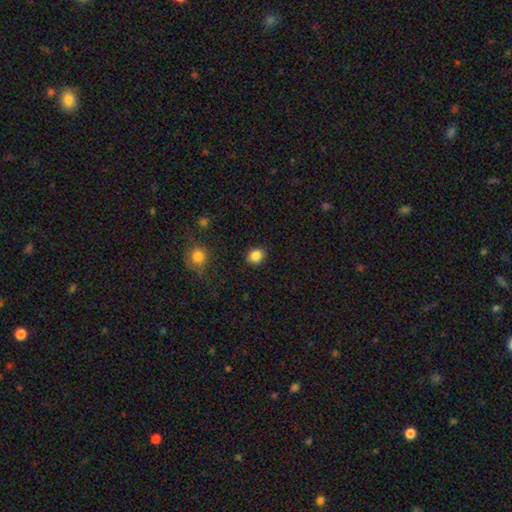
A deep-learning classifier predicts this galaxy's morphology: Q: Smooth or featured?
A: smooth (86%); runner-up: star or artifact (10%)
Q: How rounded?
A: round (66%); runner-up: in between (33%)
Q: Merging?
A: none (89%); runner-up: minor disturbance (8%)